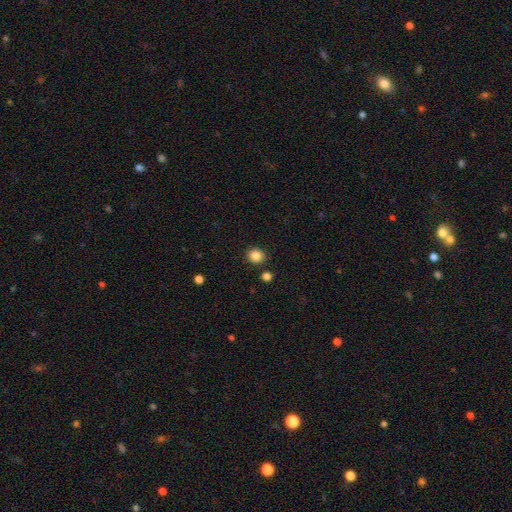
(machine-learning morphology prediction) Overall: smooth (85%). How rounded: round (80%). Merging: none (87%).